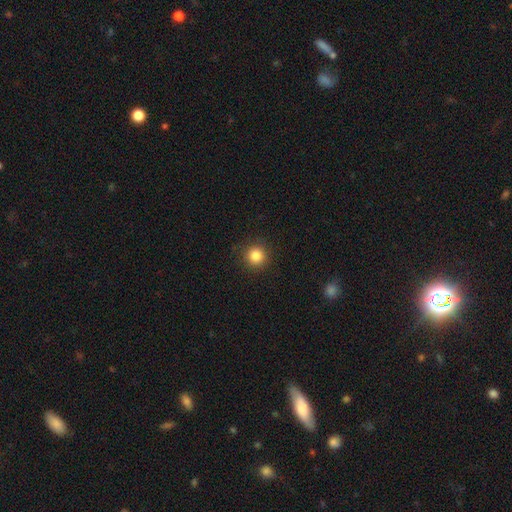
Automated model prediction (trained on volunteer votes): Smooth or featured? Predicted: smooth (p=0.84). How rounded? Predicted: round (p=0.94). Merging? Predicted: none (p=0.90).